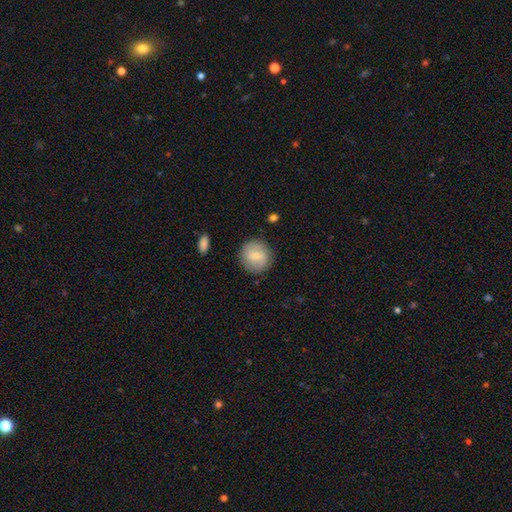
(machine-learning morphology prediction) The model was most divided on "smooth or featured": smooth: 71%, featured or disk: 22%, star or artifact: 7%. More confident: how rounded — round (90%); merging — none (85%).